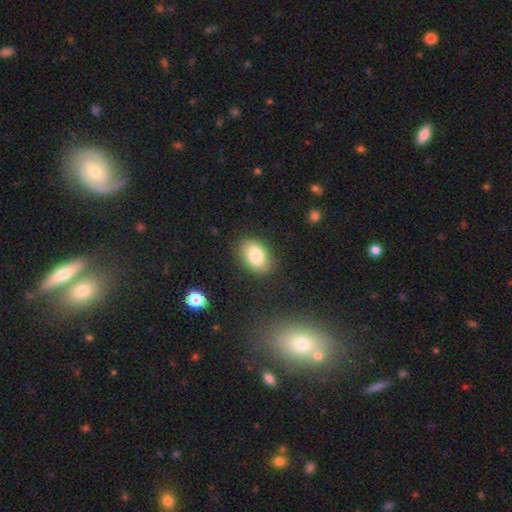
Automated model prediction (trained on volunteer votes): Q: Smooth or featured?
A: smooth (81%); runner-up: featured or disk (11%)
Q: How rounded?
A: in between (86%); runner-up: round (12%)
Q: Merging?
A: none (84%); runner-up: minor disturbance (12%)